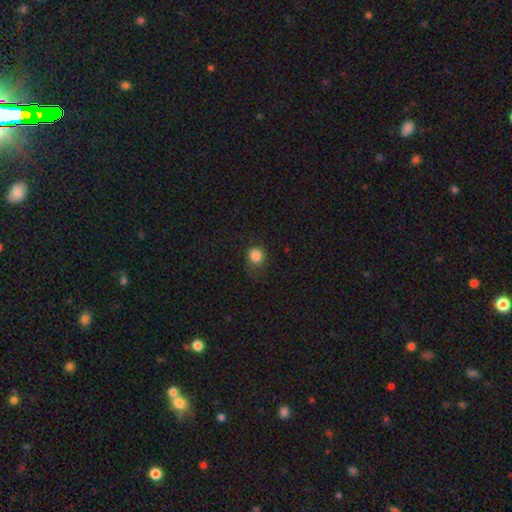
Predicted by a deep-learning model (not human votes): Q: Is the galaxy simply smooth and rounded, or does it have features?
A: smooth — 85%.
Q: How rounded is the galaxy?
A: round — 86%.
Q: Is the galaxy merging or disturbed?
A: none — 75%.